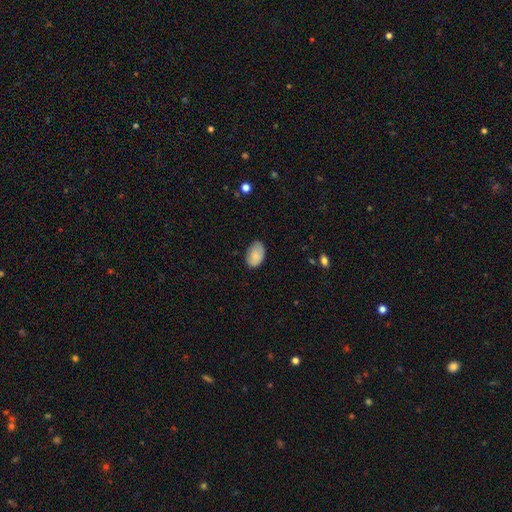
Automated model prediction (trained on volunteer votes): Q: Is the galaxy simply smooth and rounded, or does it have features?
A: smooth — 85%.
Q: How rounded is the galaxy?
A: in between — 90%.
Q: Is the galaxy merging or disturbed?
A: none — 77%.